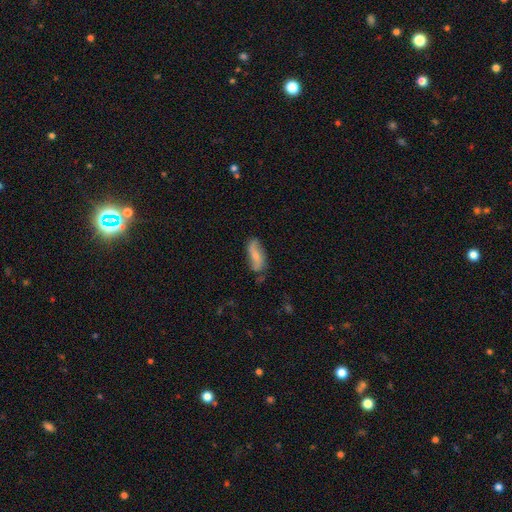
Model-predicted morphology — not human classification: Smooth or featured? smooth (57%)
How rounded? in between (72%)
Merging? none (67%)